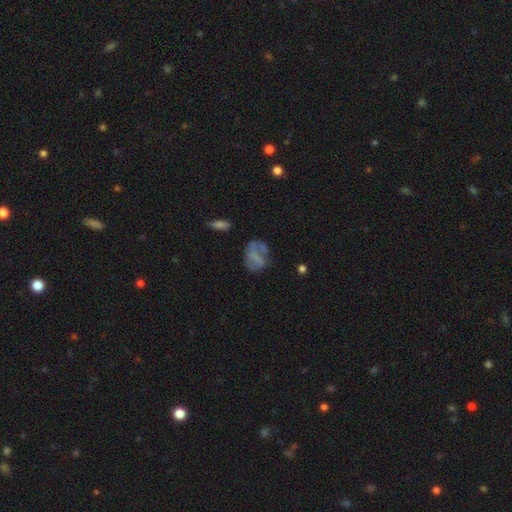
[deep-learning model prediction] A featured or disk galaxy (46%). Merging: none (51%).